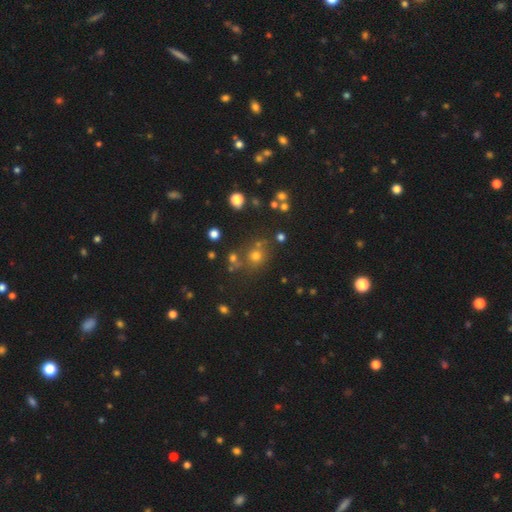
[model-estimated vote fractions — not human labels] This is likely a smooth galaxy (60%). How rounded: clearly round (87%). Merging: likely none (72%).